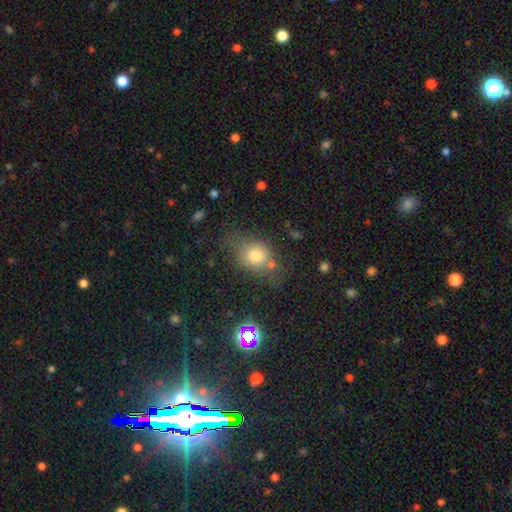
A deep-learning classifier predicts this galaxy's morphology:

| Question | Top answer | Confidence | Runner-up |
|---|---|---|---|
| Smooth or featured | smooth | 75% | star or artifact (13%) |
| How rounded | round | 53% | in between (45%) |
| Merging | none | 57% | minor disturbance (21%) |